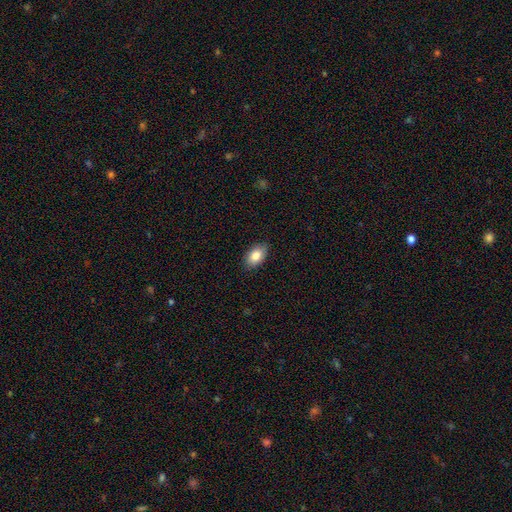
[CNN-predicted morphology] Smooth or featured? smooth (86%)
How rounded? in between (92%)
Merging? none (87%)